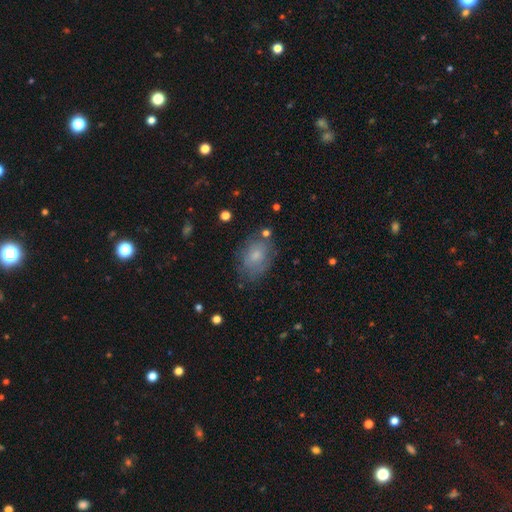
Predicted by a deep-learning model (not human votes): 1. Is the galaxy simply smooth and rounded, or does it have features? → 67% smooth, 23% featured or disk, 10% star or artifact.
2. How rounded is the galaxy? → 77% in between, 22% round, 1% cigar-shaped.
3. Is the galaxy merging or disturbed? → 66% none, 22% minor disturbance, 8% major disturbance, 4% merger.